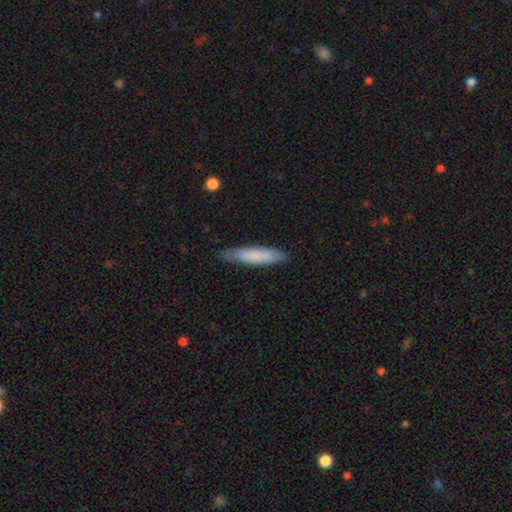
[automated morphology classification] The model was most divided on "smooth or featured": smooth: 76%, featured or disk: 18%, star or artifact: 5%. More confident: how rounded — cigar-shaped (84%); merging — none (83%).